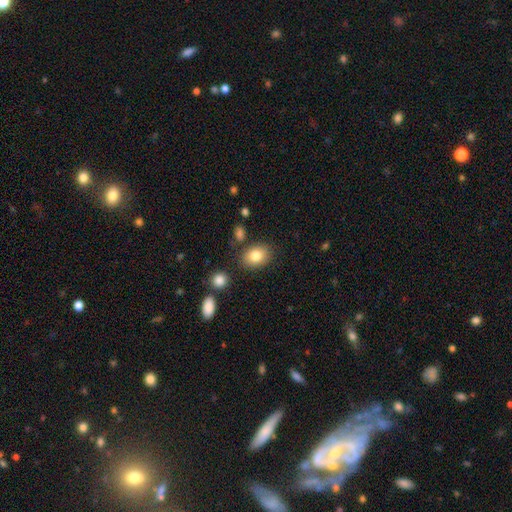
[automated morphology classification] Smooth or featured: smooth — 82% (featured or disk — 9%)
How rounded: in between — 69% (round — 30%)
Merging: none — 81% (minor disturbance — 11%)